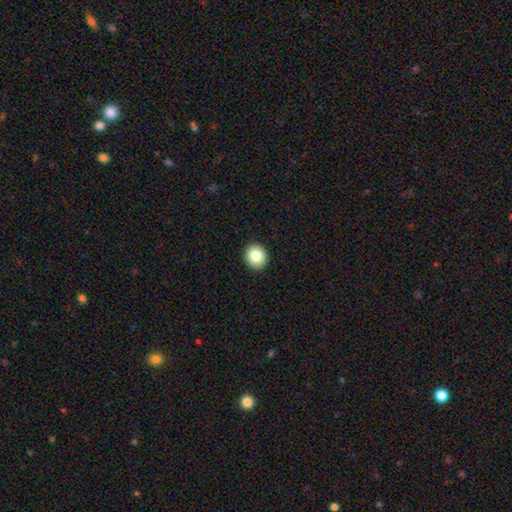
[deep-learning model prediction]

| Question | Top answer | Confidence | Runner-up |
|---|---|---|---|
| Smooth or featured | smooth | 82% | star or artifact (9%) |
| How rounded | round | 86% | in between (13%) |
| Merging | none | 93% | minor disturbance (5%) |